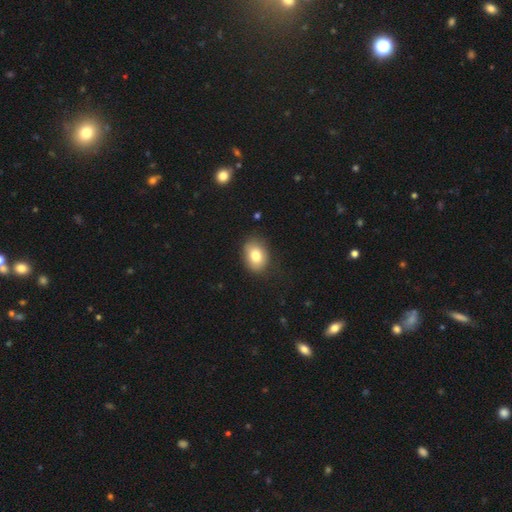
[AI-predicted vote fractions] Smooth or featured?
  - smooth: 80% *
  - featured or disk: 12%
  - star or artifact: 9%
How rounded?
  - in between: 69% *
  - round: 30%
  - cigar-shaped: 1%
Merging?
  - none: 81% *
  - minor disturbance: 14%
  - major disturbance: 4%
  - merger: 1%